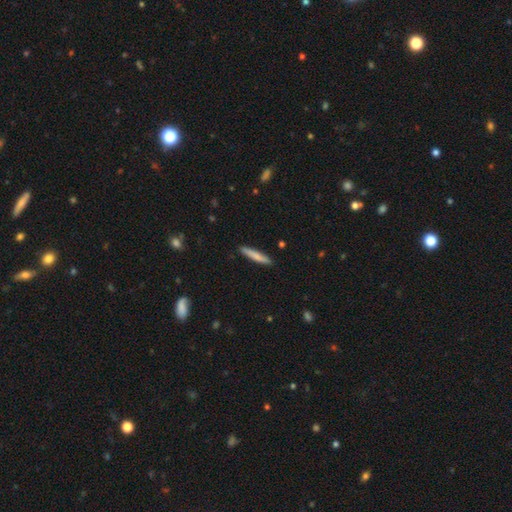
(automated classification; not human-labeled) A smooth galaxy with no disk features (76%) that is cigar-shaped (92%).

Vote fractions:
- Smooth or featured? smooth: 76% / featured or disk: 18% / star or artifact: 5%
- How rounded? cigar-shaped: 92% / in between: 6% / round: 1%
- Merging? none: 90% / minor disturbance: 7% / major disturbance: 1% / merger: 1%